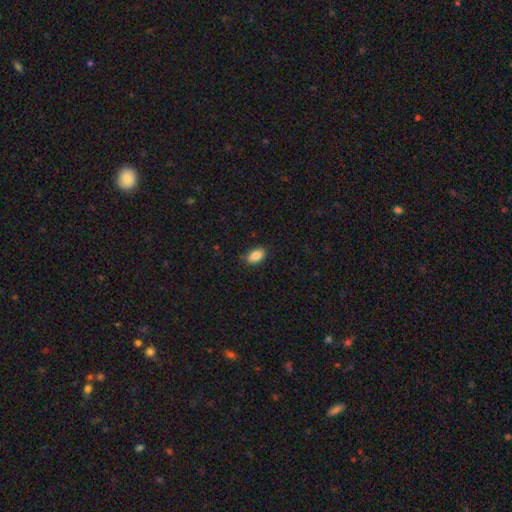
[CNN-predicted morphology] Q: Smooth or featured?
A: smooth (88%); runner-up: star or artifact (8%)
Q: How rounded?
A: in between (91%); runner-up: round (7%)
Q: Merging?
A: none (85%); runner-up: minor disturbance (12%)